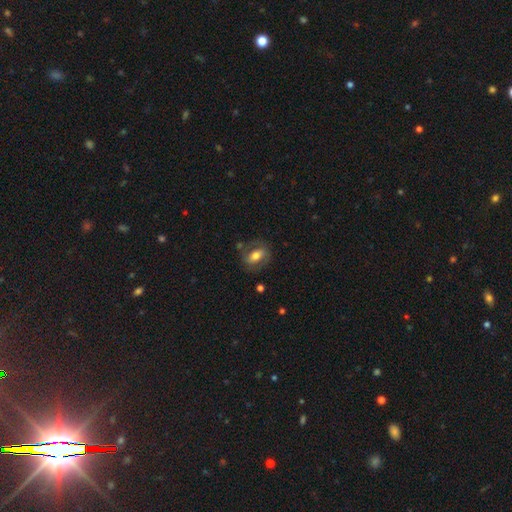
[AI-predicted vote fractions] A smooth galaxy with no disk features (50%).

Vote fractions:
- Smooth or featured? smooth: 50% / featured or disk: 43% / star or artifact: 7%
- Merging? none: 67% / minor disturbance: 19% / major disturbance: 11% / merger: 3%